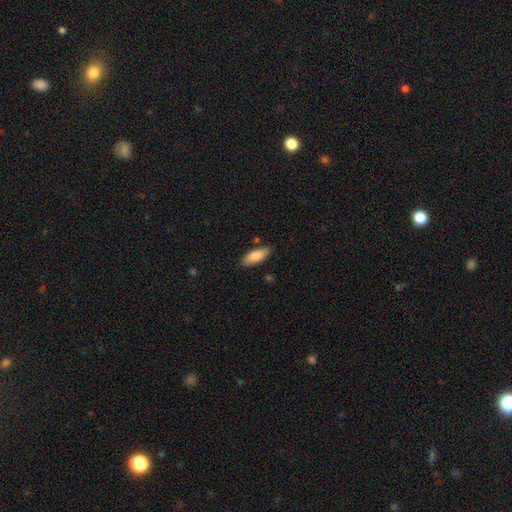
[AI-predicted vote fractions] Q: Smooth or featured?
A: smooth (83%); runner-up: featured or disk (11%)
Q: How rounded?
A: in between (74%); runner-up: cigar-shaped (24%)
Q: Merging?
A: none (80%); runner-up: minor disturbance (14%)